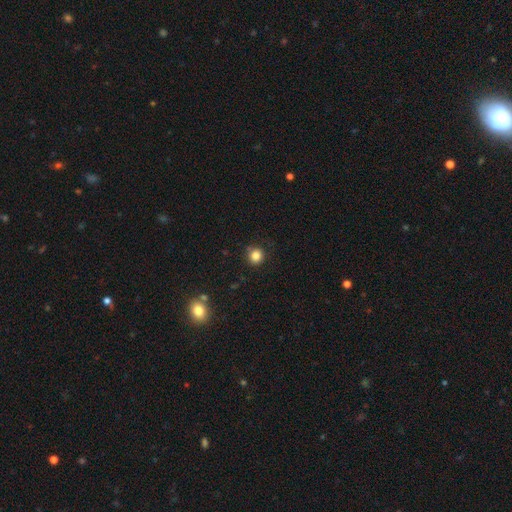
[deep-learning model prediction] smooth 83%, star or artifact 12%, featured or disk 5%. Down the decision tree: how rounded — round (91%); merging — none (85%).